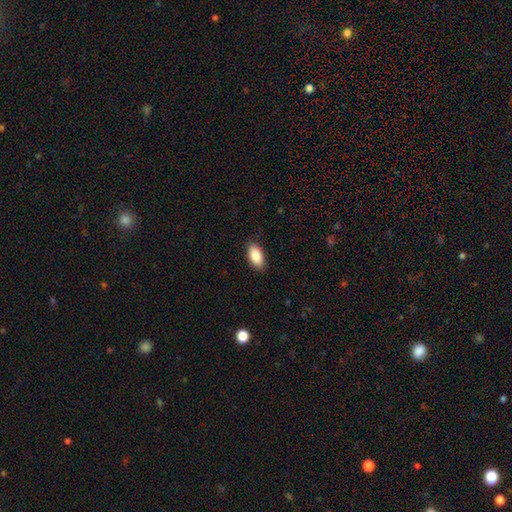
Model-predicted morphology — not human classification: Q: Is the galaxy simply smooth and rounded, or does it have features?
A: smooth — 86%.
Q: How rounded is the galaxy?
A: in between — 92%.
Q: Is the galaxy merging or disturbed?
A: none — 88%.